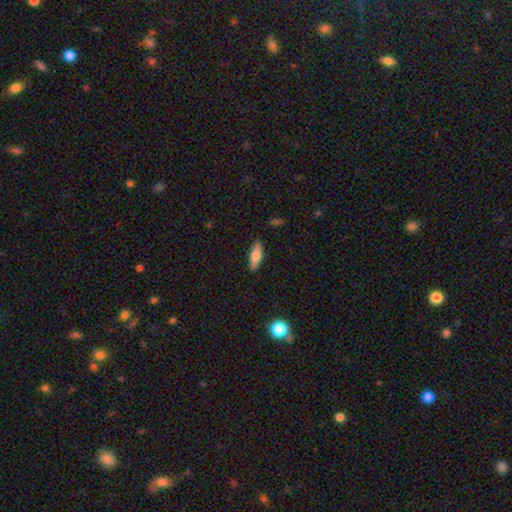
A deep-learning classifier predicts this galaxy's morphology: A smooth galaxy with no disk features (63%) that is cigar-shaped (55%). Merging: none (88%).